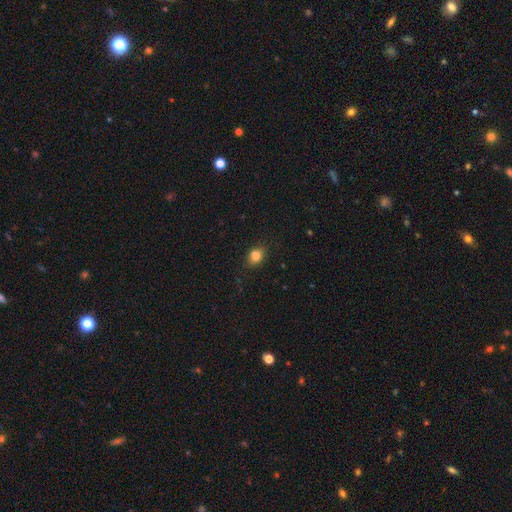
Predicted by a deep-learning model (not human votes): smooth 84%, star or artifact 11%, featured or disk 6%. Down the decision tree: how rounded — in between (62%); merging — none (78%).